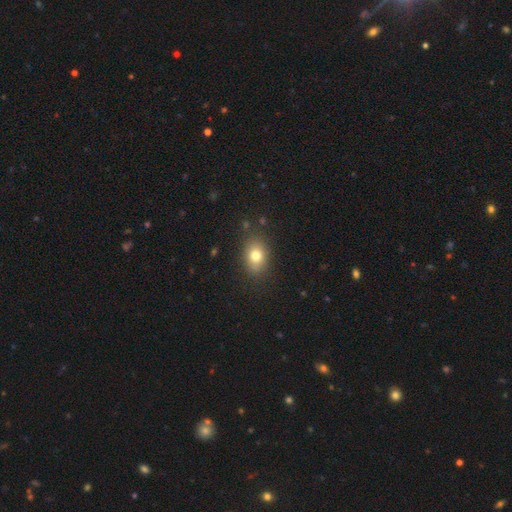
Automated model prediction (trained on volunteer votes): A smooth galaxy with no disk features (77%) that is in between round and cigar-shaped (69%). Merging: none (83%).